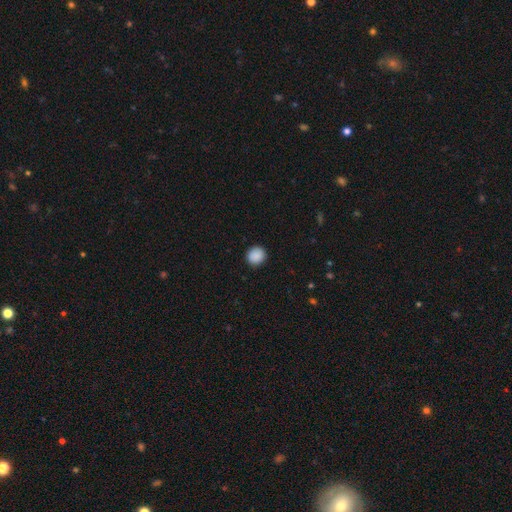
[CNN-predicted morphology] Smooth or featured?
  - smooth: 90% *
  - star or artifact: 8%
  - featured or disk: 3%
How rounded?
  - round: 90% *
  - in between: 9%
  - cigar-shaped: 1%
Merging?
  - none: 91% *
  - minor disturbance: 6%
  - major disturbance: 2%
  - merger: 1%